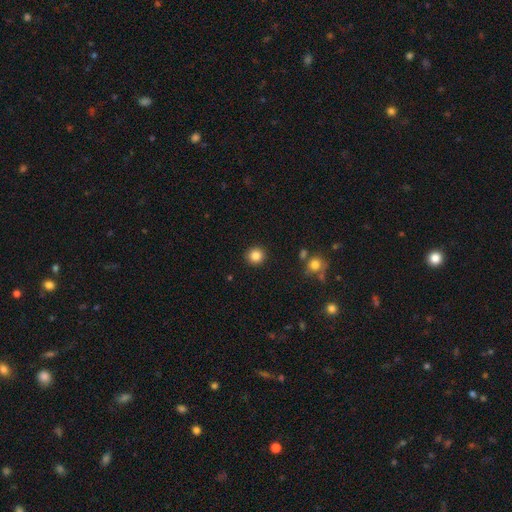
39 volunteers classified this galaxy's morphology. Smooth or featured?
  - smooth: 92% *
  - star or artifact: 8%
  - featured or disk: 0%
How rounded?
  - round: 100% *
  - in between: 0%
  - cigar-shaped: 0%
Merging?
  - none: 92% *
  - minor disturbance: 6%
  - major disturbance: 3%
  - merger: 0%